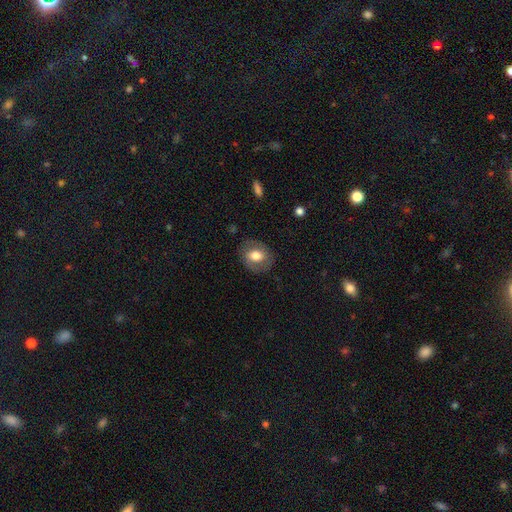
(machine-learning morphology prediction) Smooth or featured? Predicted: smooth (p=0.63). How rounded? Predicted: round (p=0.54). Merging? Predicted: none (p=0.80).